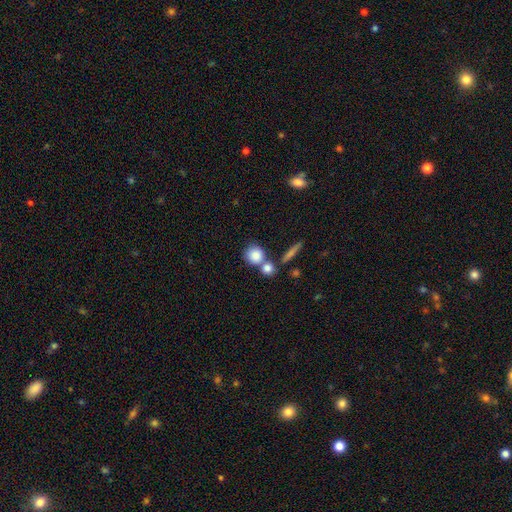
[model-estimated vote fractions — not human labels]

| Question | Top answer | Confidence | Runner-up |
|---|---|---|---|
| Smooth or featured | smooth | 83% | featured or disk (9%) |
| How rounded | round | 82% | in between (16%) |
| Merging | none | 53% | merger (34%) |